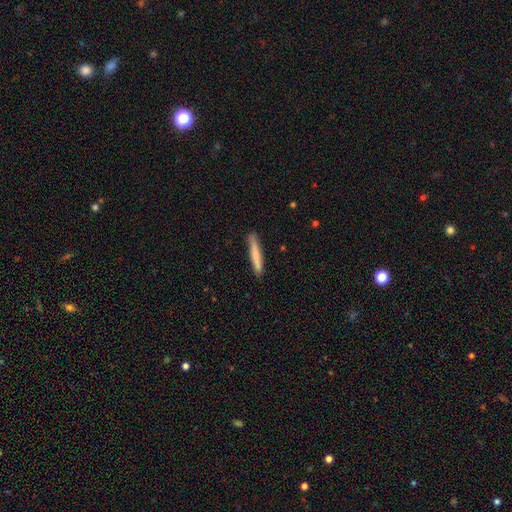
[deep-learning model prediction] smooth-or-featured: smooth: 75% | featured or disk: 20% | star or artifact: 6%
  how-rounded: cigar-shaped: 95% | in between: 4% | round: 1%
  merging: none: 86% | minor disturbance: 11% | major disturbance: 2% | merger: 1%